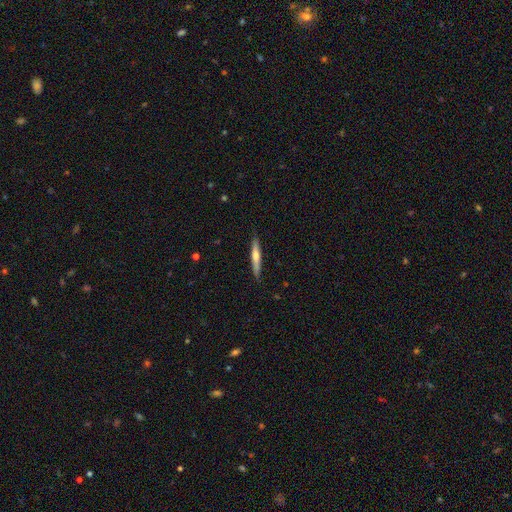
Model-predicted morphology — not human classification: type=smooth (48%); merging=none (88%).